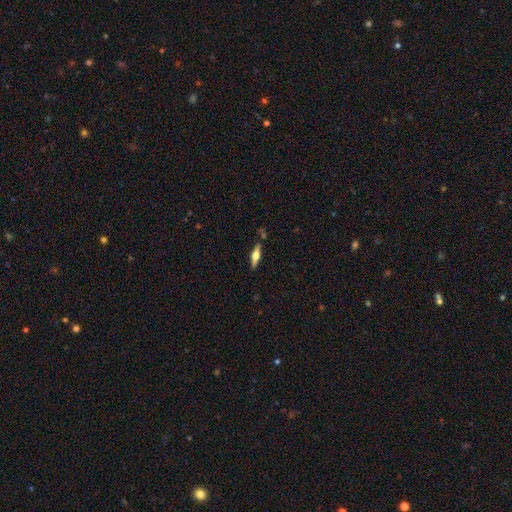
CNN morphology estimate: Smooth or featured? featured or disk (59%)
Edge-on disk? yes (94%)
Edge-on bulge? rounded (93%)
Merging? none (83%)